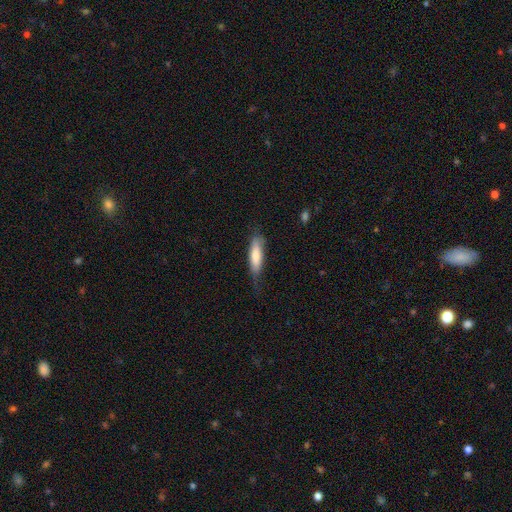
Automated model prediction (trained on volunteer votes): The model was most divided on "merging": none: 57%, minor disturbance: 31%, major disturbance: 10%, merger: 2%. More confident: smooth or featured — smooth (76%); how rounded — cigar-shaped (63%).